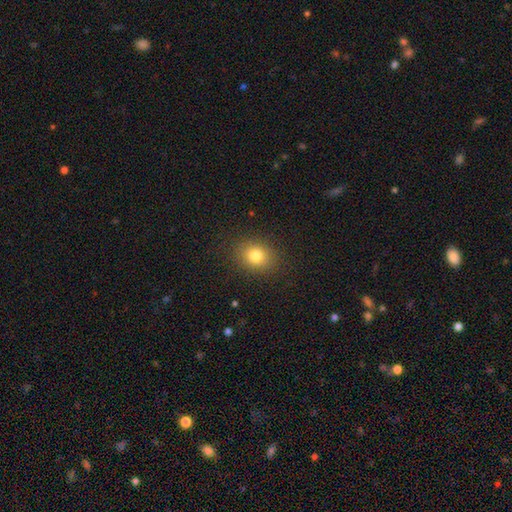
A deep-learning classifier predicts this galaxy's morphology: Q: Smooth or featured?
A: smooth (79%); runner-up: star or artifact (13%)
Q: How rounded?
A: round (62%); runner-up: in between (37%)
Q: Merging?
A: none (88%); runner-up: minor disturbance (8%)